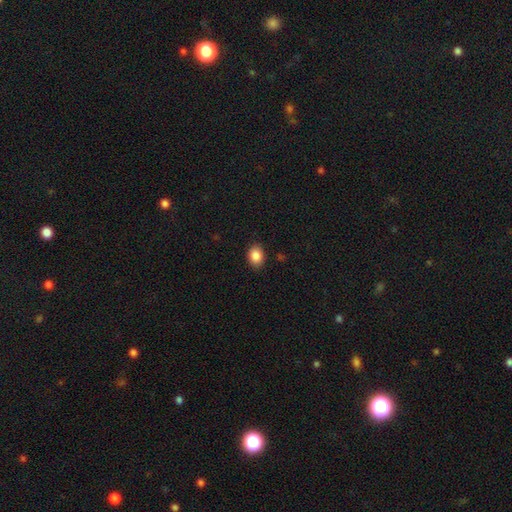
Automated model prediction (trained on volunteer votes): Smooth or featured: smooth — 87% (star or artifact — 8%)
How rounded: in between — 64% (round — 35%)
Merging: none — 88% (minor disturbance — 9%)